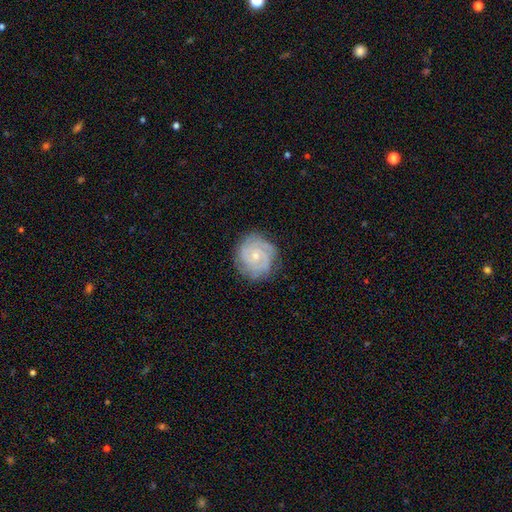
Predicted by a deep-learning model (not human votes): featured or disk 82%, smooth 12%, star or artifact 6%. Down the decision tree: edge-on disk — no (98%); bar — no (73%); spiral arms — yes (96%); spiral arm count — 2 (32%); spiral winding — tight (75%); bulge size — small (68%); merging — none (81%).